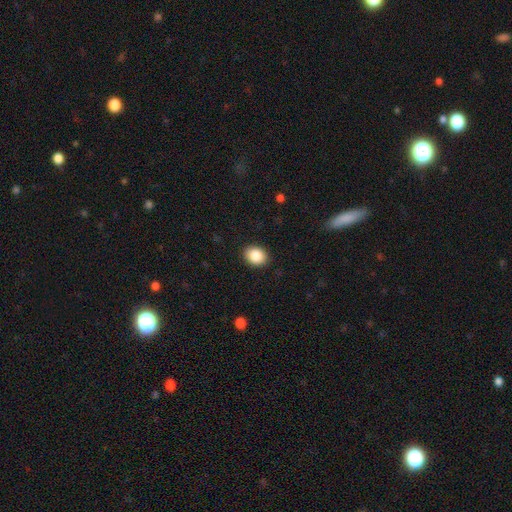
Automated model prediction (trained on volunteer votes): Morphology: type=smooth (87%); roundness=round (50%); merging=none (90%).